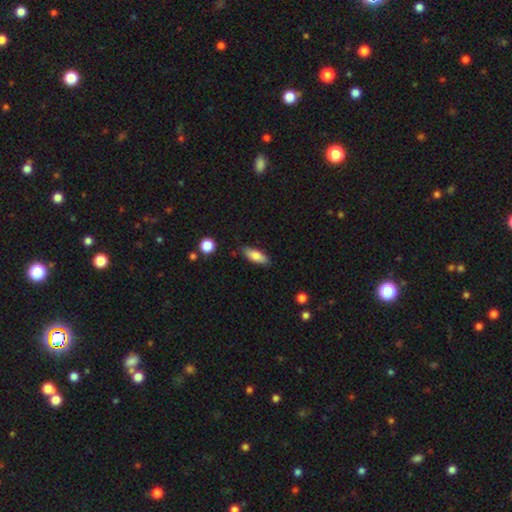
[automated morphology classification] The model was most divided on "how rounded": in between: 70%, cigar-shaped: 27%, round: 3%. More confident: merging — none (83%); smooth or featured — smooth (77%).